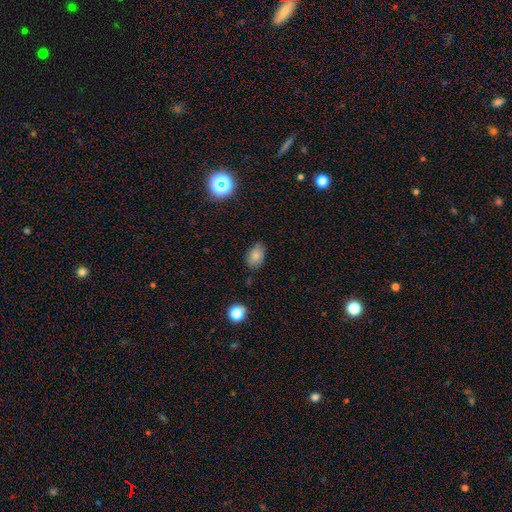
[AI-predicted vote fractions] smooth 81%, star or artifact 11%, featured or disk 8%. Down the decision tree: how rounded — in between (86%); merging — none (78%).